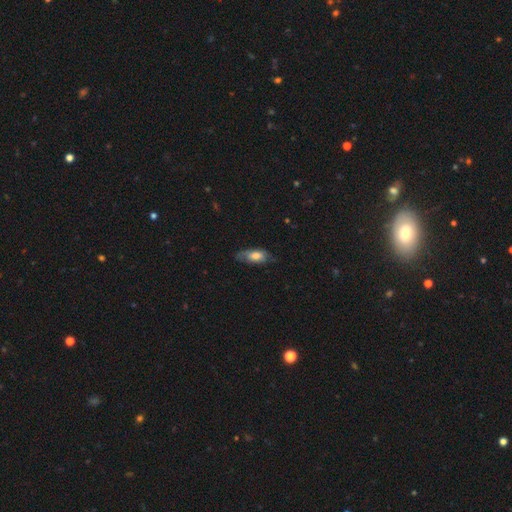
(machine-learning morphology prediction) smooth-or-featured: smooth: 64% | featured or disk: 29% | star or artifact: 7%
  how-rounded: in between: 82% | cigar-shaped: 15% | round: 4%
  merging: none: 62% | minor disturbance: 28% | major disturbance: 8% | merger: 1%